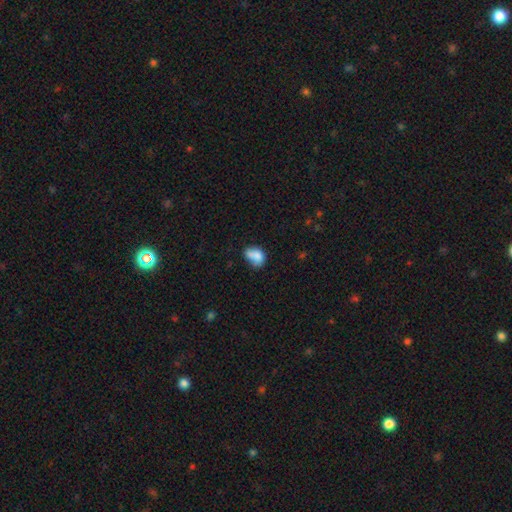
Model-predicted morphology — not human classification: A smooth galaxy with no disk features (75%) that is in between round and cigar-shaped (68%).

Vote fractions:
- Smooth or featured? smooth: 75% / featured or disk: 15% / star or artifact: 10%
- How rounded? in between: 68% / round: 31% / cigar-shaped: 2%
- Merging? merger: 34% / none: 30% / minor disturbance: 24% / major disturbance: 12%